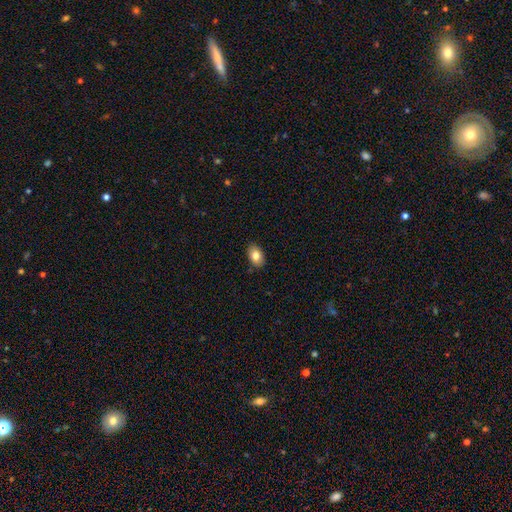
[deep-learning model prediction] The model was most divided on "smooth or featured": smooth: 82%, featured or disk: 10%, star or artifact: 8%. More confident: merging — none (87%); how rounded — in between (86%).